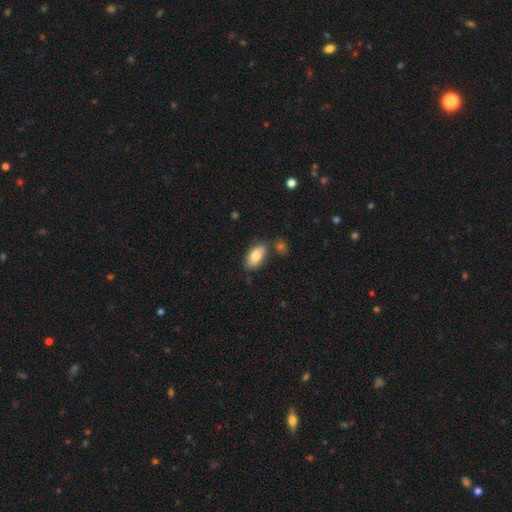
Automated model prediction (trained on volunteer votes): A smooth galaxy with no disk features (80%) that is in between round and cigar-shaped (92%).

Vote fractions:
- Smooth or featured? smooth: 80% / featured or disk: 14% / star or artifact: 7%
- How rounded? in between: 92% / cigar-shaped: 5% / round: 3%
- Merging? none: 74% / minor disturbance: 14% / merger: 8% / major disturbance: 3%